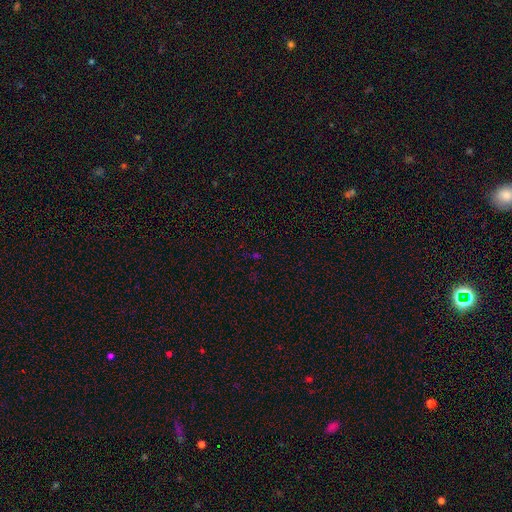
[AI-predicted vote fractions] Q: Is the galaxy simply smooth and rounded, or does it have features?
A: star or artifact — 64%.